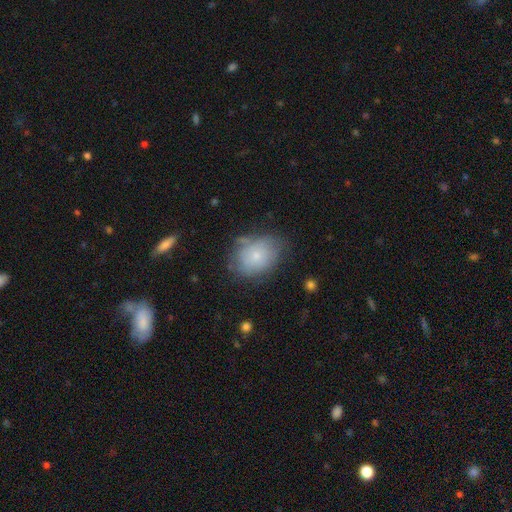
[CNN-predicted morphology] type=smooth (71%); roundness=in between (58%); merging=none (59%).